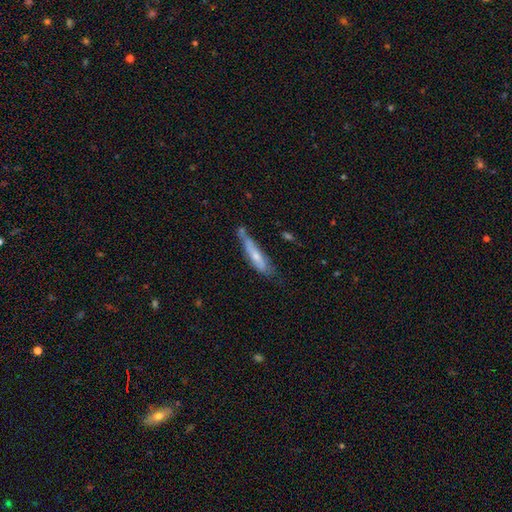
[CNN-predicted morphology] Overall: smooth (55%; featured or disk 39%). How rounded: cigar-shaped (80%). Merging: none (46%; minor disturbance 30%).